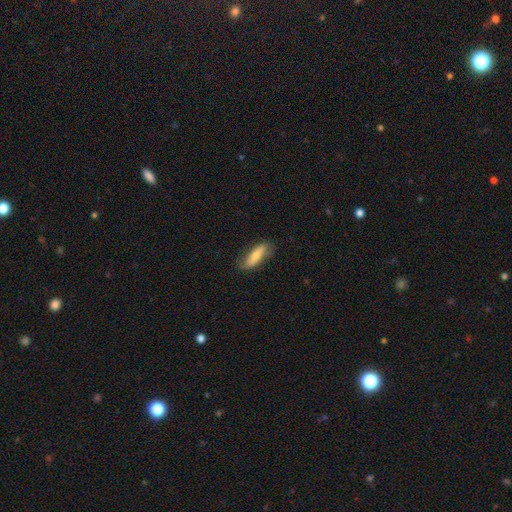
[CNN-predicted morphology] smooth_or_featured: smooth (p=0.66) [alt: featured or disk p=0.28]
how_rounded: cigar-shaped (p=0.56) [alt: in between p=0.42]
merging: none (p=0.72) [alt: minor disturbance p=0.21]